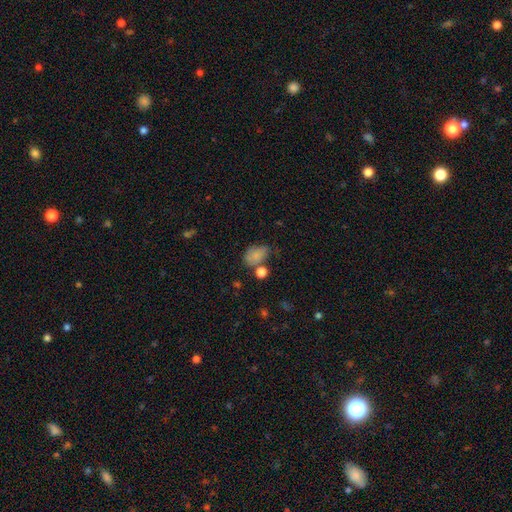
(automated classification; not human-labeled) smooth_or_featured: smooth (p=0.78) [alt: featured or disk p=0.12]
how_rounded: in between (p=0.77) [alt: round p=0.21]
merging: none (p=0.46) [alt: minor disturbance p=0.27]